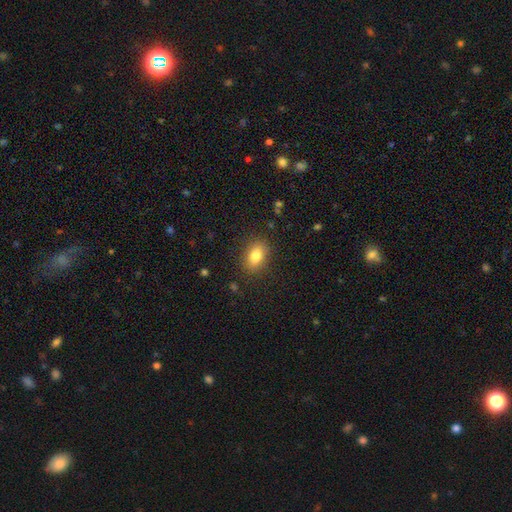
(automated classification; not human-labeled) smooth-or-featured: smooth: 82% | featured or disk: 9% | star or artifact: 9%
  how-rounded: in between: 81% | round: 17% | cigar-shaped: 2%
  merging: none: 85% | minor disturbance: 10% | major disturbance: 3% | merger: 1%